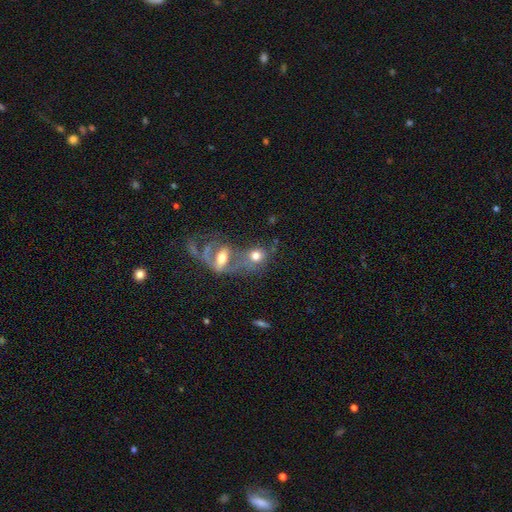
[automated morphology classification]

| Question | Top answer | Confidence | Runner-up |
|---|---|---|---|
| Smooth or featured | smooth | 61% | featured or disk (27%) |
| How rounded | round | 56% | in between (42%) |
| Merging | merger | 57% | none (24%) |